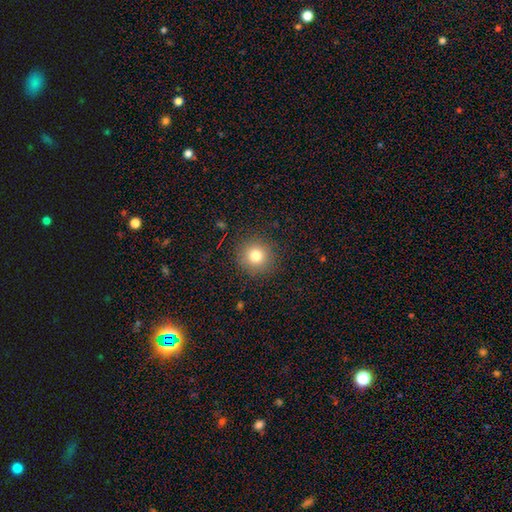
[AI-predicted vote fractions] Smooth or featured? smooth (79%)
How rounded? round (93%)
Merging? none (89%)